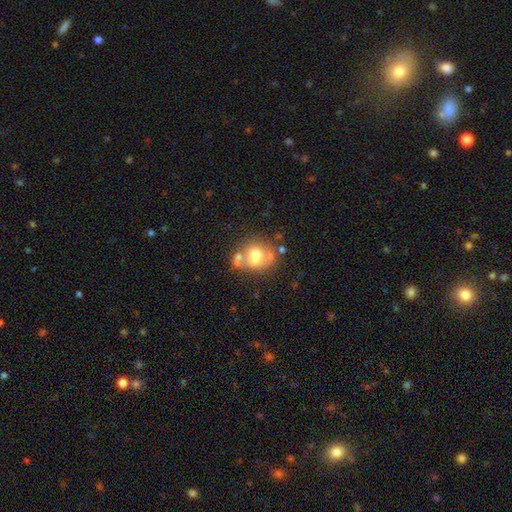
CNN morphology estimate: A smooth galaxy with no disk features (50%) that is round (61%). Merging: none (38%).